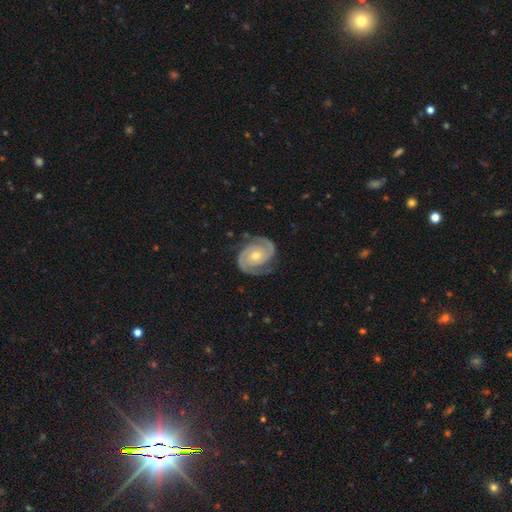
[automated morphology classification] smooth-or-featured: featured or disk: 93% | star or artifact: 4% | smooth: 3%
  disk-edge-on: no: 98% | yes: 2%
    bar: no: 73% | weak: 20% | strong: 8%
    has-spiral-arms: yes: 99% | no: 1%
      spiral-winding: tight: 62% | medium: 34% | loose: 5%
      spiral-arm-count: 2: 93% | 3: 2% | can't tell: 2% | 1: 1% | 4: 1% | more than 4: 1%
    bulge-size: moderate: 56% | small: 40% | large: 2% | none: 1% | dominant: 1%
  merging: none: 84% | minor disturbance: 12% | major disturbance: 3% | merger: 1%